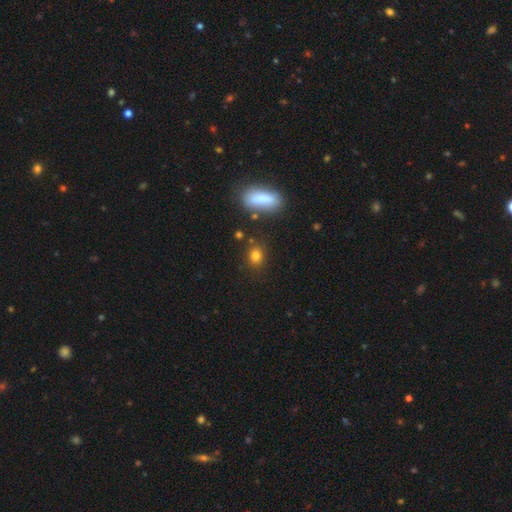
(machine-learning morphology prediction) smooth_or_featured: smooth (p=0.81) [alt: star or artifact p=0.12]
how_rounded: round (p=0.50) [alt: in between p=0.47]
merging: none (p=0.80) [alt: minor disturbance p=0.12]